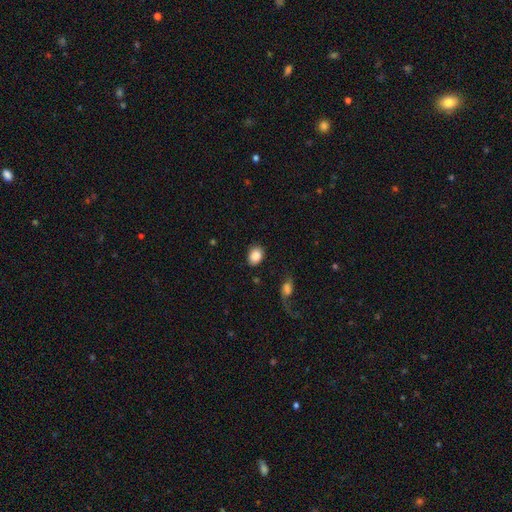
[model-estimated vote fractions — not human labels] This is clearly a smooth galaxy (88%). How rounded: likely in between (60%). Merging: clearly none (81%).